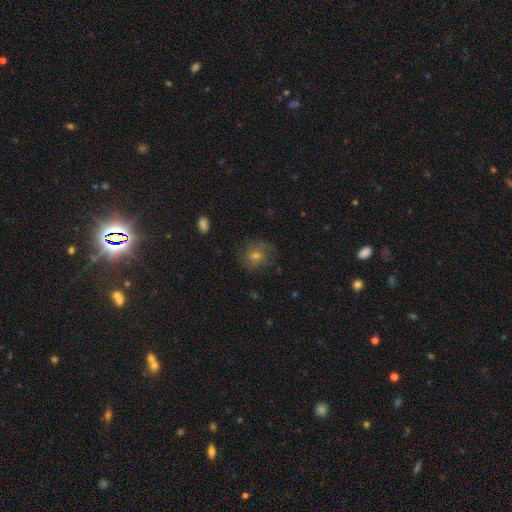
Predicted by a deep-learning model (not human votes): A smooth galaxy with no disk features (49%).

Vote fractions:
- Smooth or featured? smooth: 49% / featured or disk: 29% / star or artifact: 23%
- Merging? none: 77% / minor disturbance: 15% / major disturbance: 6% / merger: 1%